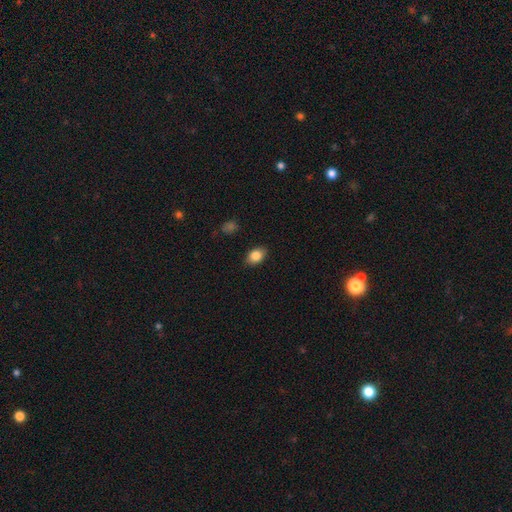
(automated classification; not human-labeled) Smooth or featured? Predicted: smooth (p=0.85). How rounded? Predicted: in between (p=0.77). Merging? Predicted: none (p=0.86).